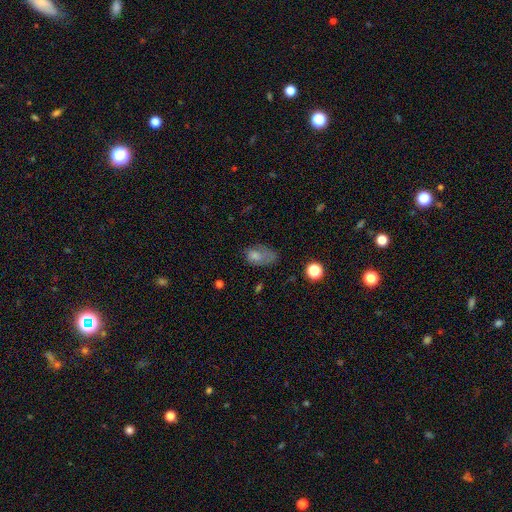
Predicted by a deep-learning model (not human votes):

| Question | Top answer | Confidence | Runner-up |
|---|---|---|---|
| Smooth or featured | smooth | 62% | featured or disk (22%) |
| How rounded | in between | 83% | round (15%) |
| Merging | none | 38% | minor disturbance (30%) |